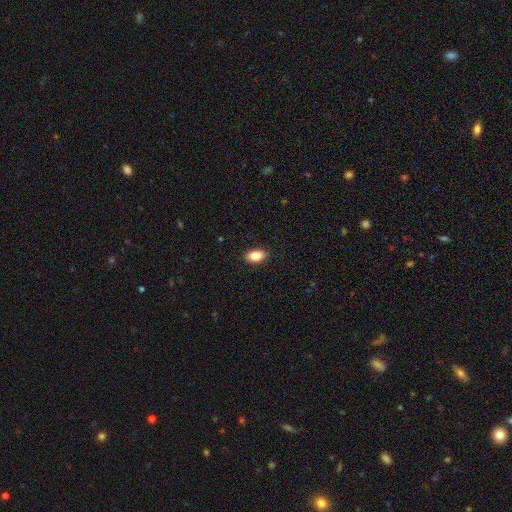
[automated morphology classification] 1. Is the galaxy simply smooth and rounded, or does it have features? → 86% smooth, 8% star or artifact, 6% featured or disk.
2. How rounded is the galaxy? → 92% in between, 6% round, 2% cigar-shaped.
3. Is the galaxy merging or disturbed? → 90% none, 7% minor disturbance, 2% major disturbance, 1% merger.